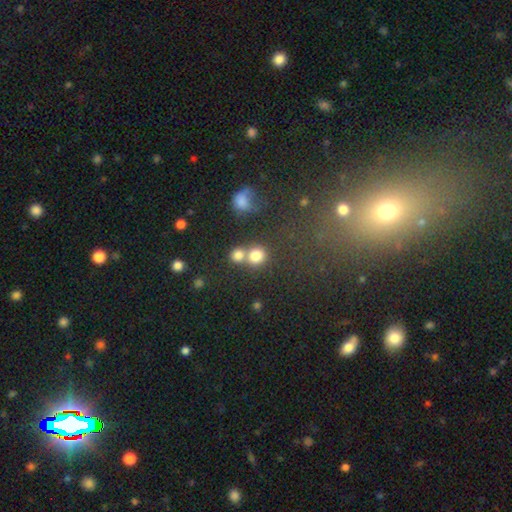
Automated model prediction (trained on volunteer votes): Smooth or featured: smooth — 78% (star or artifact — 14%)
How rounded: round — 85% (in between — 14%)
Merging: none — 46% (merger — 43%)